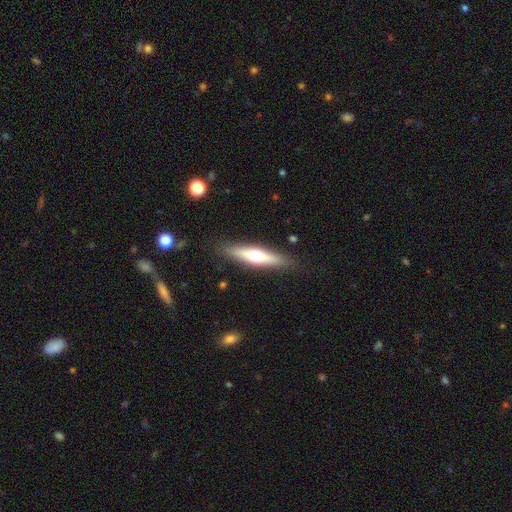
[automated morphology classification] This appears to be a smooth galaxy with no disk features (49%). Merging: none (87%).